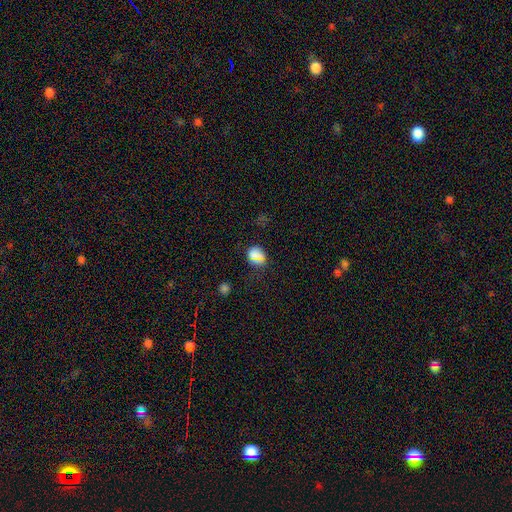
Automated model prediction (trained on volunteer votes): This appears to be a smooth galaxy with no disk features (78%) that is round (52%). Merging: none (75%).